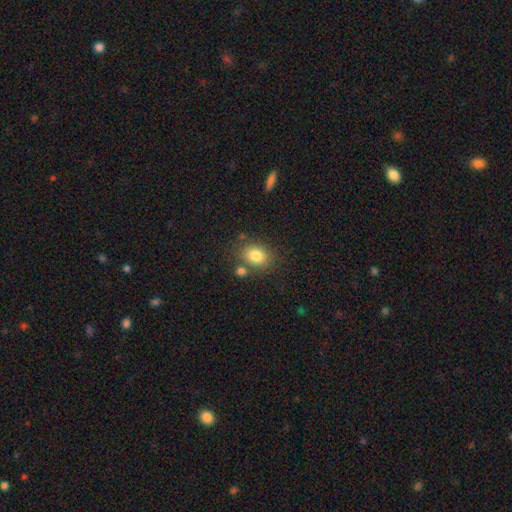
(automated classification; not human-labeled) Overall: smooth (81%). How rounded: in between (62%; round 37%). Merging: none (71%).